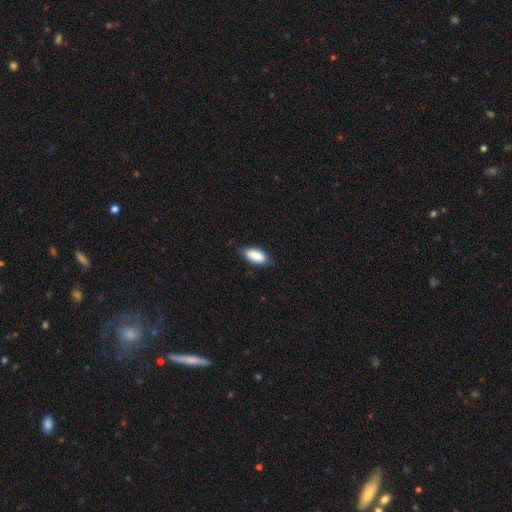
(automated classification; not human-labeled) Smooth or featured? smooth (87%)
How rounded? in between (85%)
Merging? none (79%)